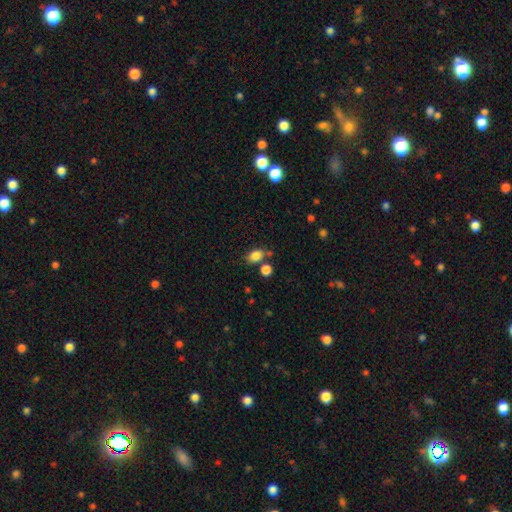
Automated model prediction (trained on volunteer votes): smooth_or_featured: smooth (p=0.83) [alt: star or artifact p=0.10]
how_rounded: in between (p=0.75) [alt: round p=0.23]
merging: none (p=0.63) [alt: merger p=0.17]